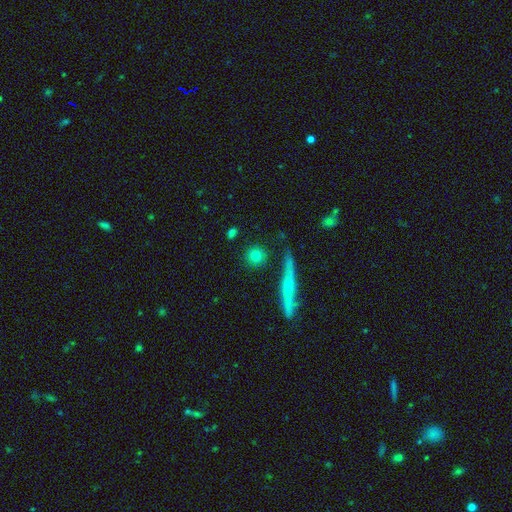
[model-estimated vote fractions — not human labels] Smooth or featured: smooth — 80% (featured or disk — 11%)
How rounded: round — 88% (in between — 8%)
Merging: none — 87% (minor disturbance — 7%)